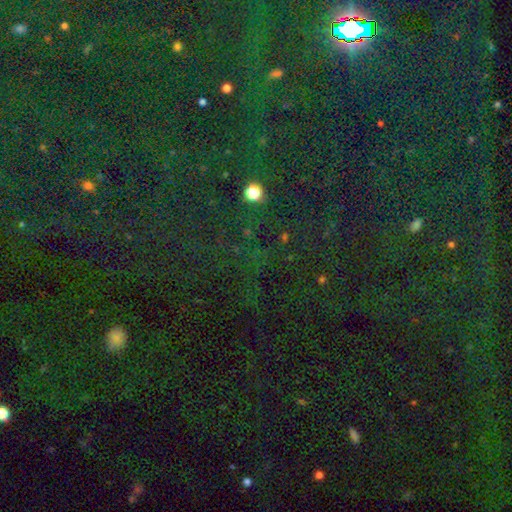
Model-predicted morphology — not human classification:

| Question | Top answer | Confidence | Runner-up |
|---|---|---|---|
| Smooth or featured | star or artifact | 77% | smooth (16%) |